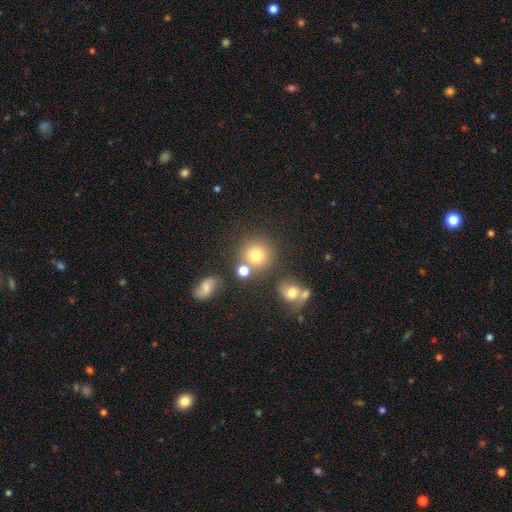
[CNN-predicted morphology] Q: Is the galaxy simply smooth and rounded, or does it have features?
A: smooth — 76%.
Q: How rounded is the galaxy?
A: round — 88%.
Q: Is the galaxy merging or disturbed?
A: none — 69%.